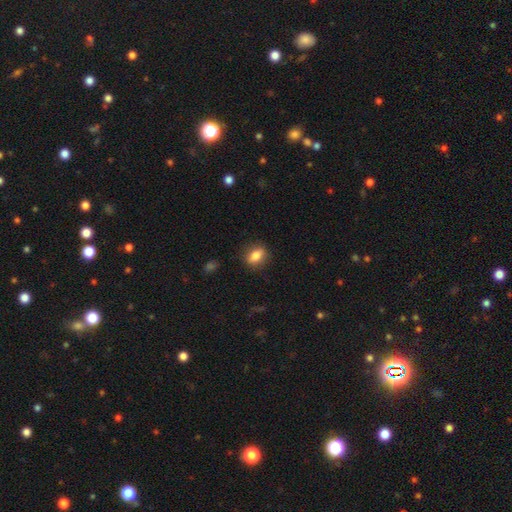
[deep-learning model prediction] Smooth or featured: smooth — 82% (featured or disk — 10%)
How rounded: in between — 73% (round — 23%)
Merging: none — 85% (minor disturbance — 11%)